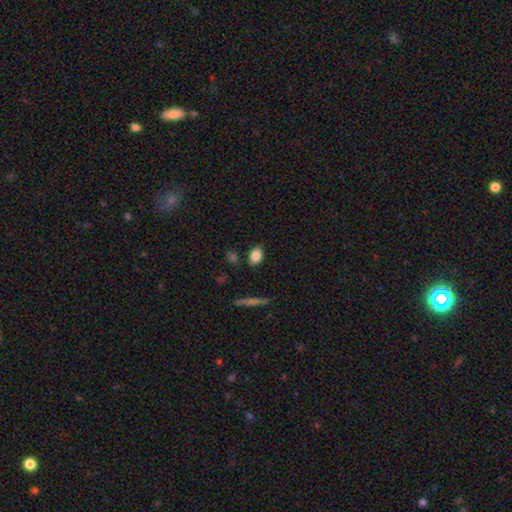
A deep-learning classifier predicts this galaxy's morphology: smooth_or_featured: smooth (p=0.83) [alt: star or artifact p=0.09]
how_rounded: in between (p=0.78) [alt: round p=0.20]
merging: none (p=0.83) [alt: minor disturbance p=0.11]